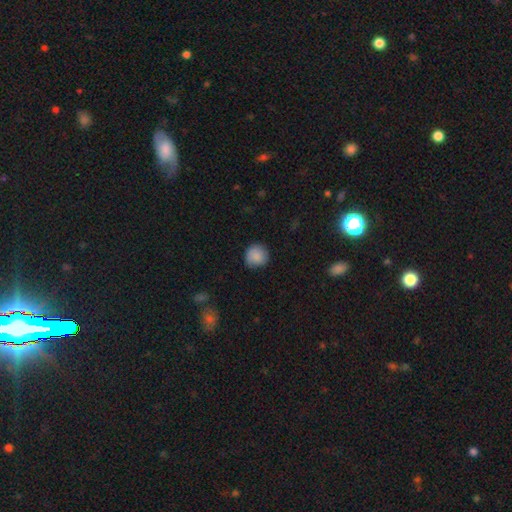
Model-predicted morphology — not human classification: A smooth galaxy with no disk features (87%) that is round (92%). Merging: none (84%).